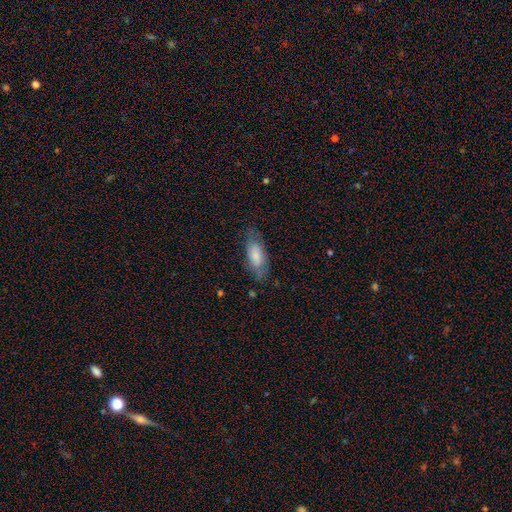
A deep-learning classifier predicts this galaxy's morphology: Smooth or featured: smooth — 72% (featured or disk — 22%)
How rounded: in between — 86% (cigar-shaped — 12%)
Merging: none — 68% (minor disturbance — 23%)